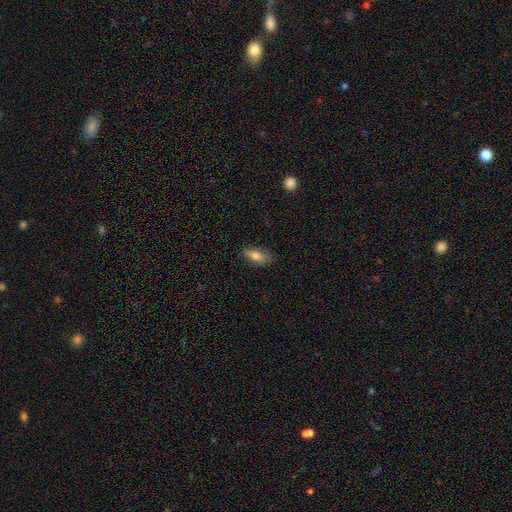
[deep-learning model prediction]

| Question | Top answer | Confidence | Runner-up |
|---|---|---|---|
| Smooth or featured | smooth | 72% | featured or disk (20%) |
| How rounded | in between | 74% | cigar-shaped (22%) |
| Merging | none | 75% | minor disturbance (20%) |